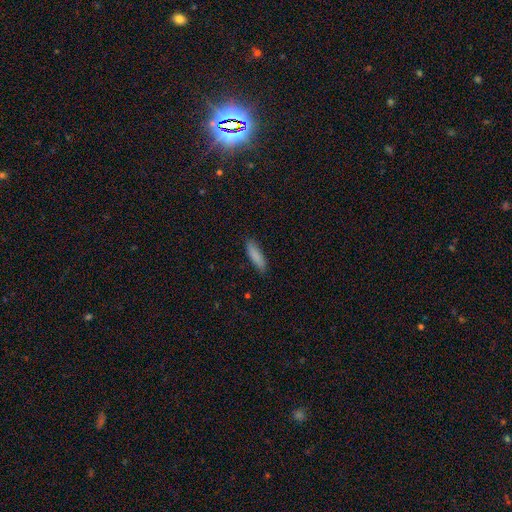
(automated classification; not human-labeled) Morphology: type=smooth (86%); roundness=cigar-shaped (65%); merging=none (85%).